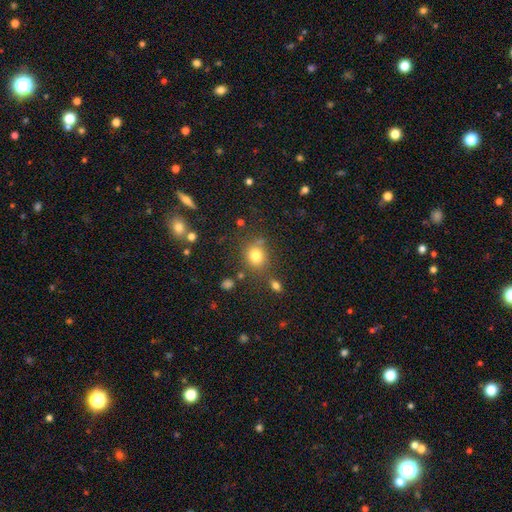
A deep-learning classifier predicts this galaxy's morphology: Smooth or featured? smooth (78%)
How rounded? round (77%)
Merging? none (74%)